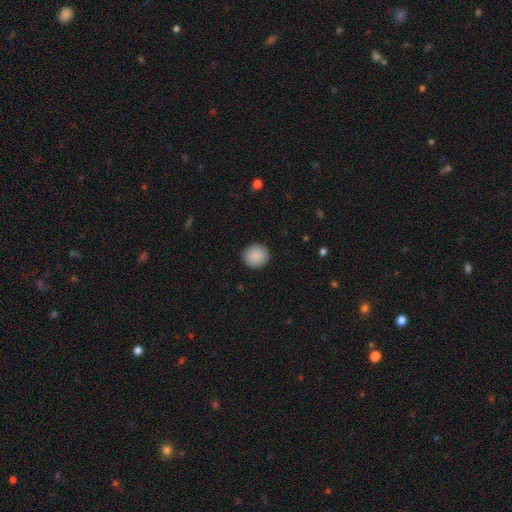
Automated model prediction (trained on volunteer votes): A smooth galaxy with no disk features (89%) that is round (90%).

Vote fractions:
- Smooth or featured? smooth: 89% / star or artifact: 7% / featured or disk: 4%
- How rounded? round: 90% / in between: 9% / cigar-shaped: 1%
- Merging? none: 91% / minor disturbance: 6% / major disturbance: 2% / merger: 1%